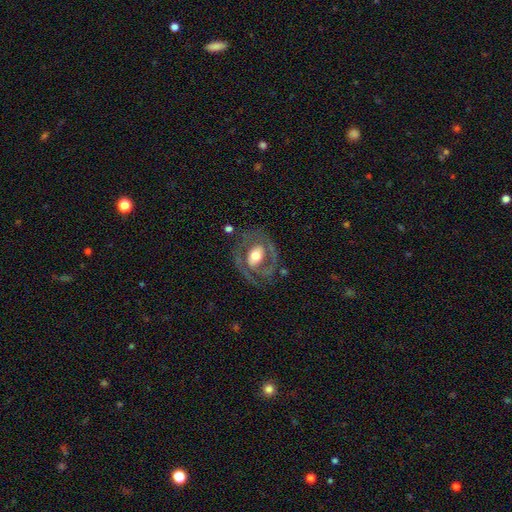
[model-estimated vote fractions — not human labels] A featured or disk galaxy (72%) with no bar (48%), spiral arms (60%) and a moderate central bulge (59%). Merging: none (69%).